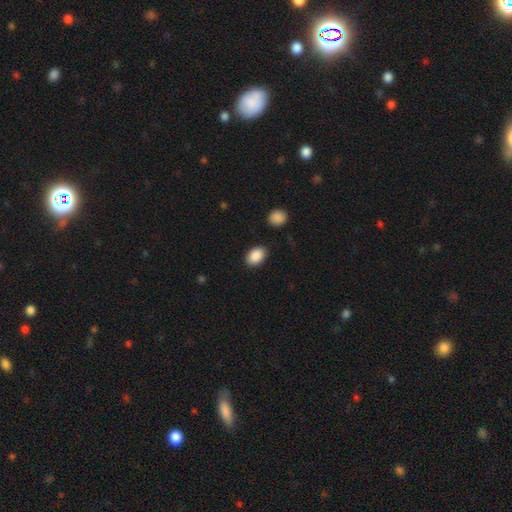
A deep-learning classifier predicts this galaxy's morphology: Smooth or featured? Predicted: smooth (p=0.89). How rounded? Predicted: in between (p=0.85). Merging? Predicted: none (p=0.87).